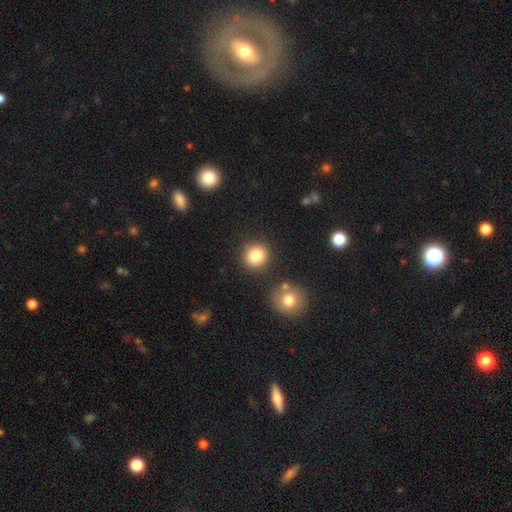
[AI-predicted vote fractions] smooth 82%, star or artifact 11%, featured or disk 7%. Down the decision tree: how rounded — round (89%); merging — none (83%).